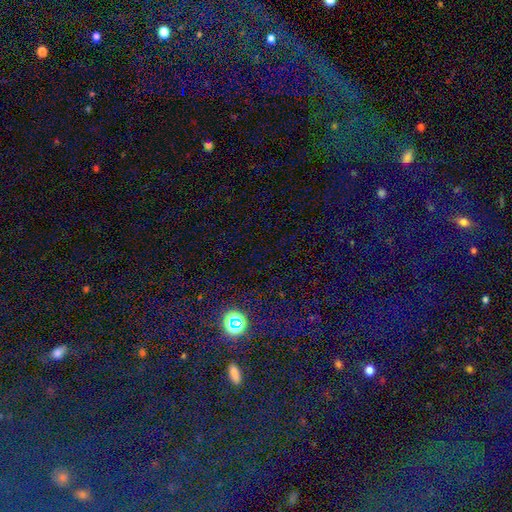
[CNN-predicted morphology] Smooth or featured?
  - star or artifact: 73% *
  - smooth: 19%
  - featured or disk: 8%